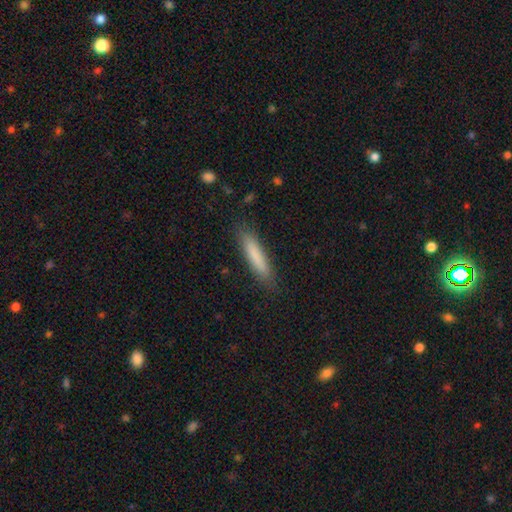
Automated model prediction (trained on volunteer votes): Morphology: type=smooth (82%); roundness=cigar-shaped (87%); merging=none (86%).